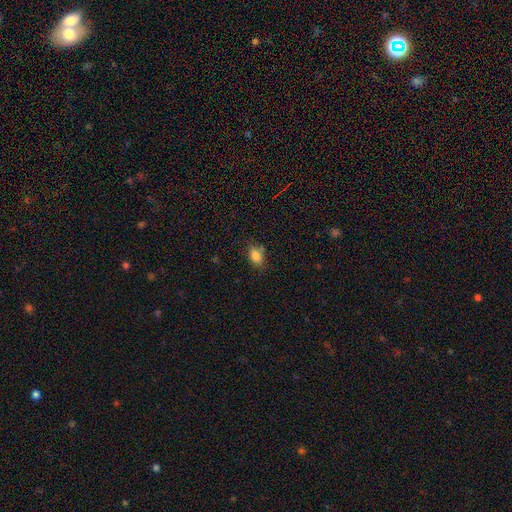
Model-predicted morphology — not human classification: The model was most divided on "merging": none: 76%, minor disturbance: 17%, major disturbance: 4%, merger: 3%. More confident: smooth or featured — smooth (84%); how rounded — in between (79%).